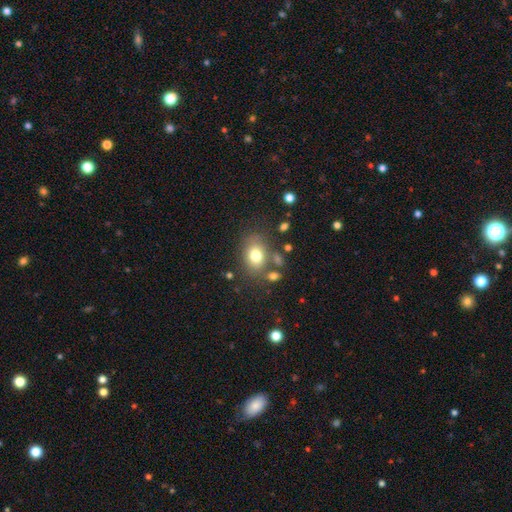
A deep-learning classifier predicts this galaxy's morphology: Smooth or featured? smooth (76%)
How rounded? in between (68%)
Merging? none (70%)